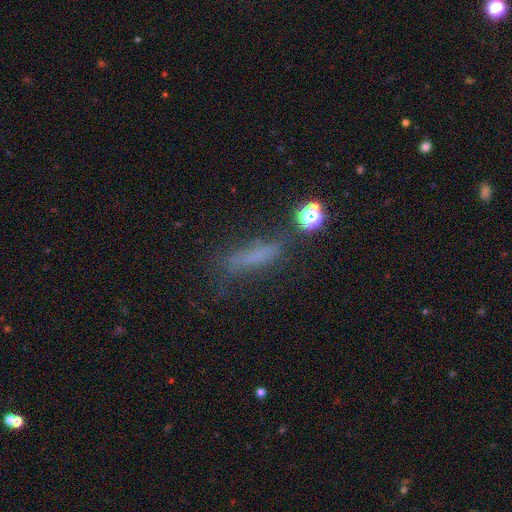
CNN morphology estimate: The model was most divided on "smooth or featured": smooth: 51%, featured or disk: 27%, star or artifact: 22%. Remaining: how rounded — cigar-shaped (71%); merging — none (49%).